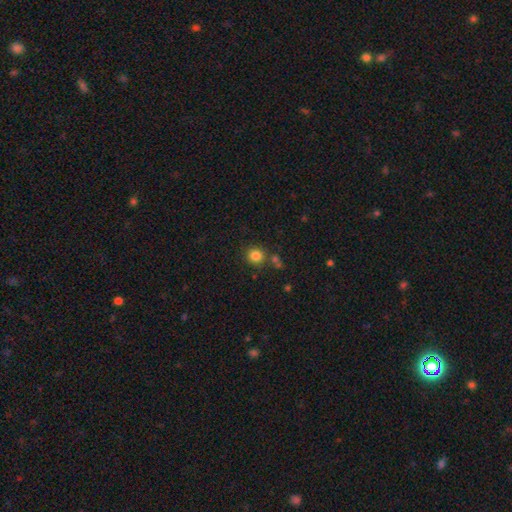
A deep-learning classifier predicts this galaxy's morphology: This appears to be a smooth galaxy with no disk features (84%) that is round (91%). Merging: none (79%).